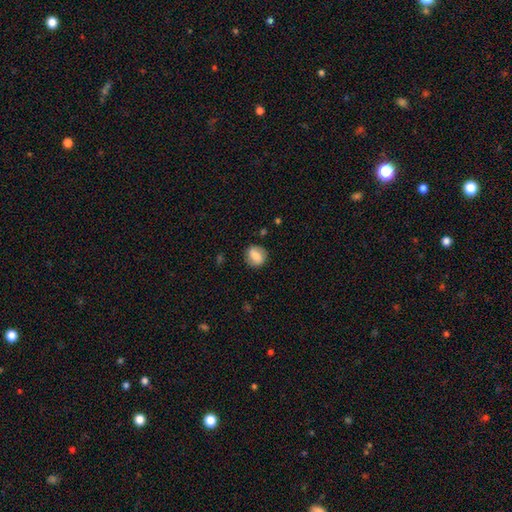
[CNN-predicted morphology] type=smooth (70%); roundness=round (69%); merging=none (81%).